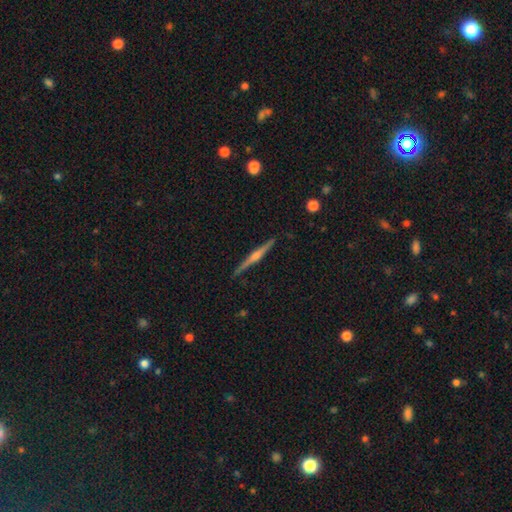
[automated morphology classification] This appears to be a featured or disk galaxy (82%) viewed edge-on (99%) with a rounded central bulge (86%). Merging: none (92%).